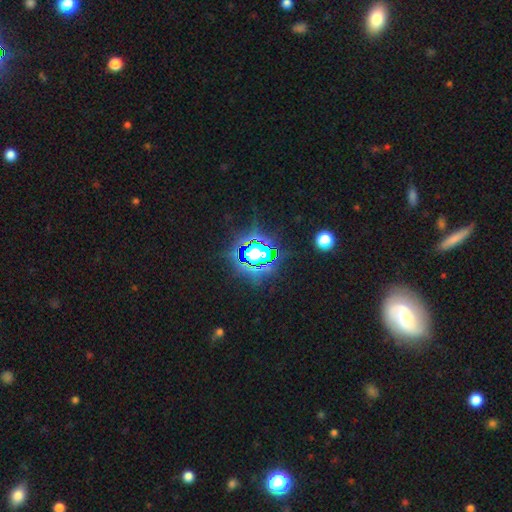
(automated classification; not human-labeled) Overall: star or artifact (76%).